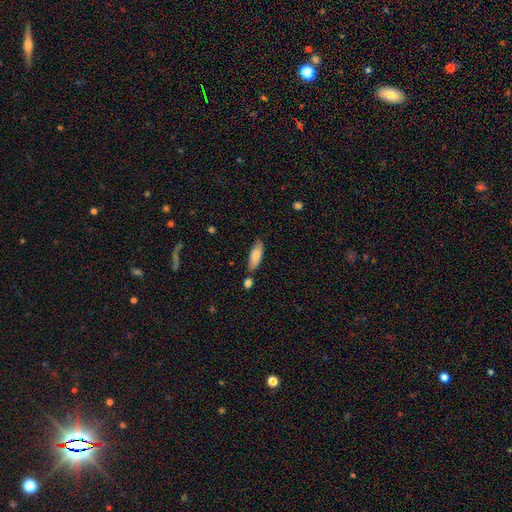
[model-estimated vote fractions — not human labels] Smooth or featured? smooth (82%)
How rounded? in between (60%)
Merging? none (75%)